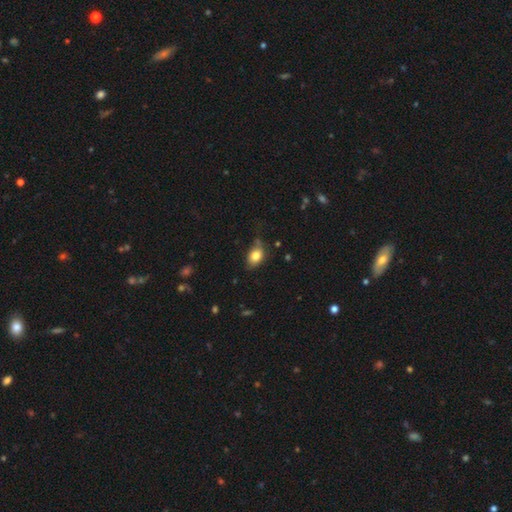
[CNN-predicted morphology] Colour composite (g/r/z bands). It shows a smooth galaxy with no disk features (82%) that is in between round and cigar-shaped (77%). Merging: none (67%).